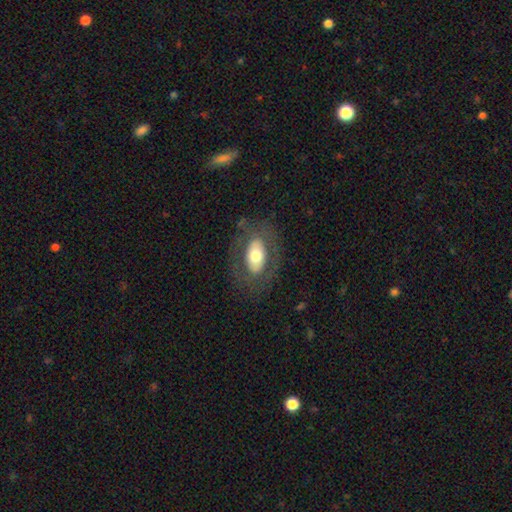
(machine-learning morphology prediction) This appears to be a smooth galaxy with no disk features (53%) that is in between round and cigar-shaped (88%). Merging: none (74%).